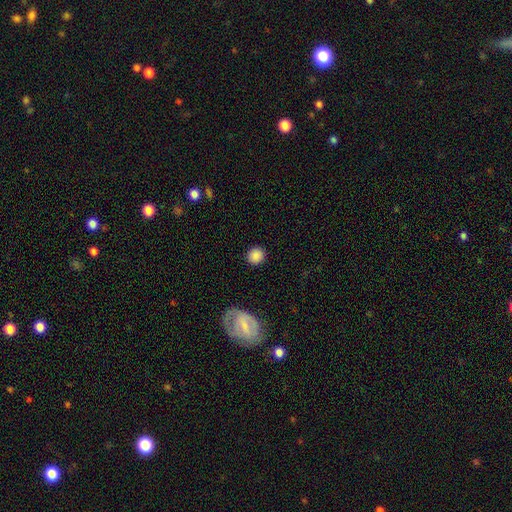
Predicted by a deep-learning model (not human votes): Smooth or featured? Predicted: smooth (p=0.85). How rounded? Predicted: round (p=0.90). Merging? Predicted: none (p=0.88).